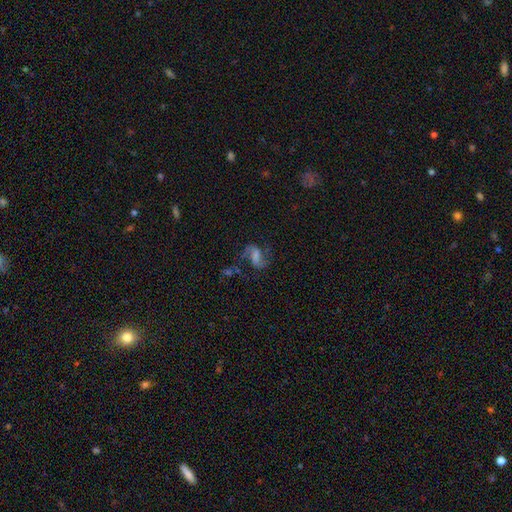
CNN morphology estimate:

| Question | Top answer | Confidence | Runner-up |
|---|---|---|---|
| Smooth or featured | featured or disk | 69% | smooth (16%) |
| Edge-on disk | no | 97% | yes (3%) |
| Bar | weak | 46% | strong (31%) |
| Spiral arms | yes | 93% | no (7%) |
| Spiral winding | loose | 48% | medium (42%) |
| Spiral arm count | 2 | 89% | can't tell (4%) |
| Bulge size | none | 31% | moderate (27%) |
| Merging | none | 61% | major disturbance (17%) |